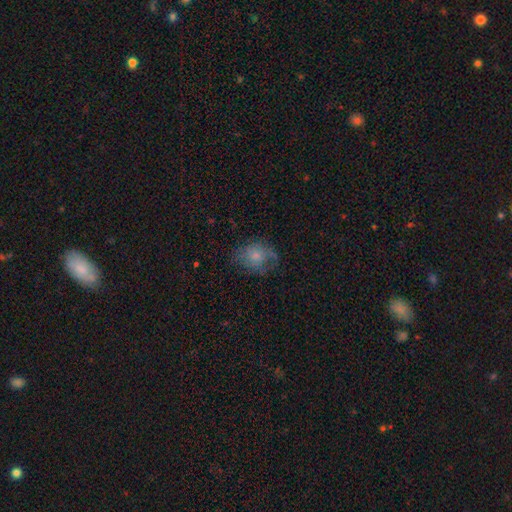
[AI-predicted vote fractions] Smooth or featured? smooth (66%)
How rounded? round (57%)
Merging? none (56%)